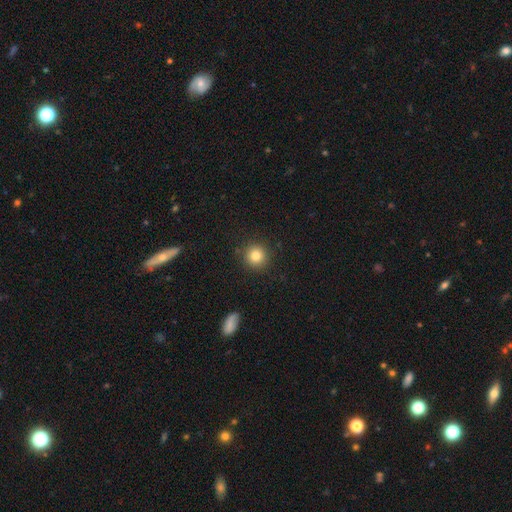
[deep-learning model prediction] The model was most divided on "smooth or featured": smooth: 81%, star or artifact: 12%, featured or disk: 7%. More confident: how rounded — round (94%); merging — none (90%).